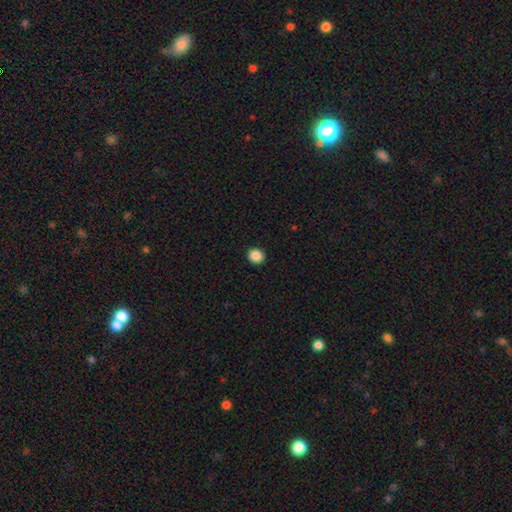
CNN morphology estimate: Smooth or featured?
  - smooth: 88% *
  - star or artifact: 9%
  - featured or disk: 3%
How rounded?
  - round: 89% *
  - in between: 10%
  - cigar-shaped: 1%
Merging?
  - none: 93% *
  - minor disturbance: 4%
  - major disturbance: 1%
  - merger: 1%